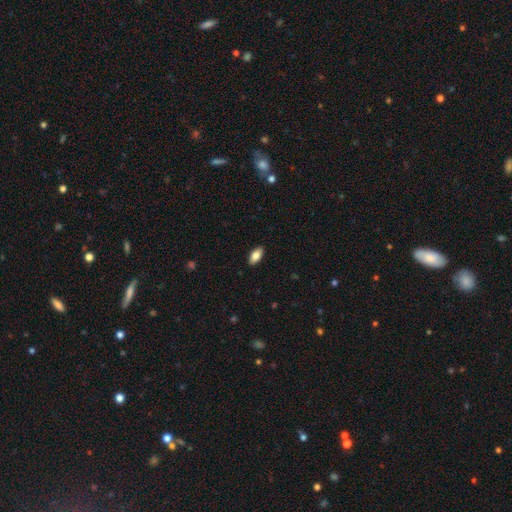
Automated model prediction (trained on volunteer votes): The model was most divided on "smooth or featured": smooth: 83%, featured or disk: 10%, star or artifact: 7%. More confident: how rounded — in between (91%); merging — none (90%).